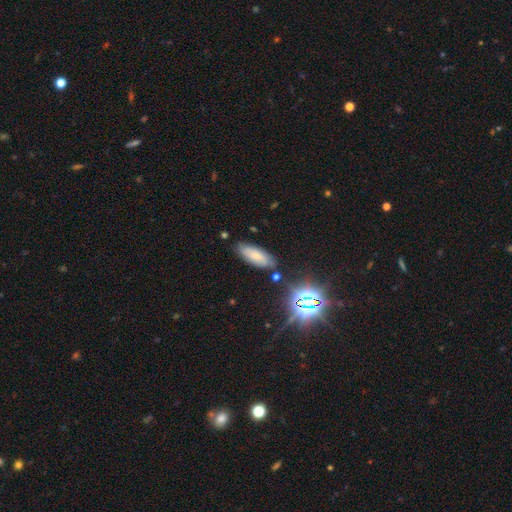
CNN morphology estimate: This appears to be a smooth galaxy with no disk features (63%) that is in between round and cigar-shaped (74%). Merging: none (79%).